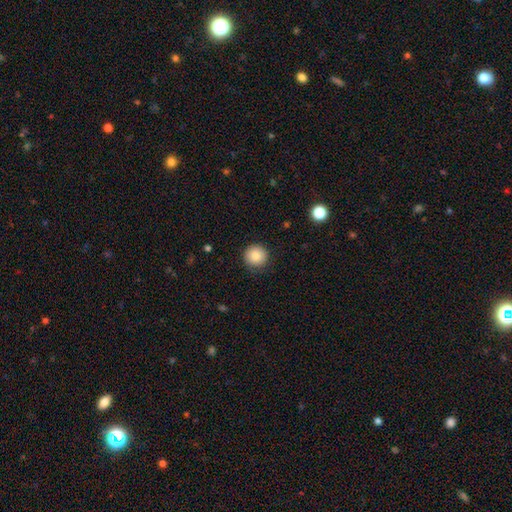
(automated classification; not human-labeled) A smooth galaxy with no disk features (86%) that is round (96%). Merging: none (89%).